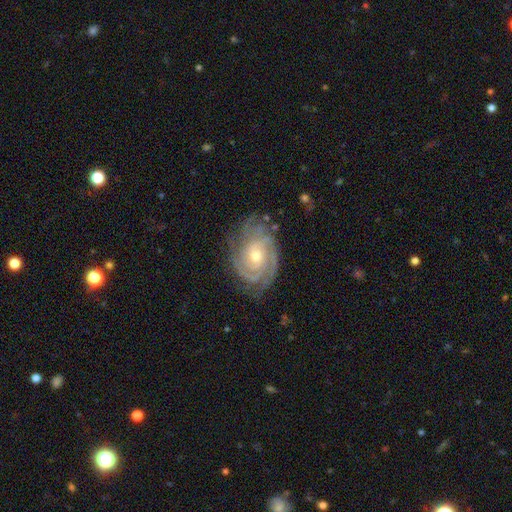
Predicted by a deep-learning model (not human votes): smooth_or_featured: featured or disk (p=0.90) [alt: smooth p=0.05]
disk_edge_on: no (p=0.97) [alt: yes p=0.03]
bar: no (p=0.70) [alt: weak p=0.24]
has_spiral_arms: yes (p=0.98) [alt: no p=0.02]
spiral_winding: tight (p=0.74) [alt: medium p=0.22]
spiral_arm_count: 3 (p=0.30) [alt: 2 p=0.22]
bulge_size: moderate (p=0.52) [alt: small p=0.44]
merging: none (p=0.74) [alt: minor disturbance p=0.18]